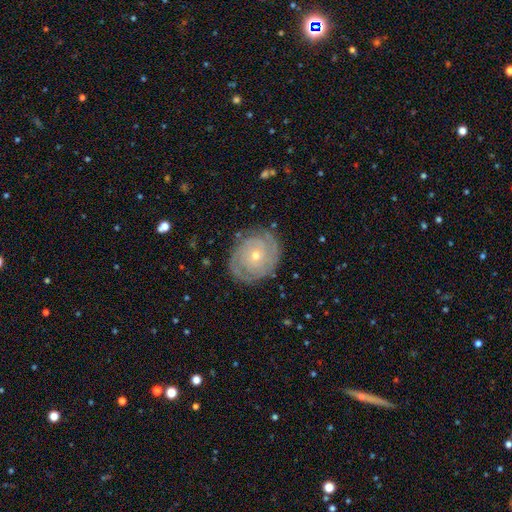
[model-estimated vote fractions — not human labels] smooth-or-featured: featured or disk: 84% | smooth: 10% | star or artifact: 6%
  disk-edge-on: no: 97% | yes: 3%
    bar: no: 79% | weak: 16% | strong: 4%
    has-spiral-arms: yes: 94% | no: 6%
      spiral-winding: tight: 79% | medium: 17% | loose: 4%
      spiral-arm-count: 2: 42% | can't tell: 25% | 3: 16% | 4: 7% | 1: 5% | more than 4: 5%
    bulge-size: small: 69% | moderate: 28% | large: 1% | none: 1% | dominant: 1%
  merging: none: 82% | minor disturbance: 13% | major disturbance: 4% | merger: 1%